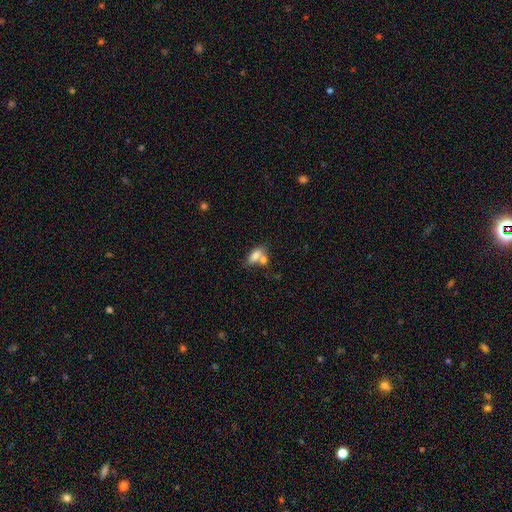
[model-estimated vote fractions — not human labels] The model was most divided on "merging": merger: 49%, none: 34%, minor disturbance: 12%, major disturbance: 6%. More confident: how rounded — in between (80%); smooth or featured — smooth (75%).